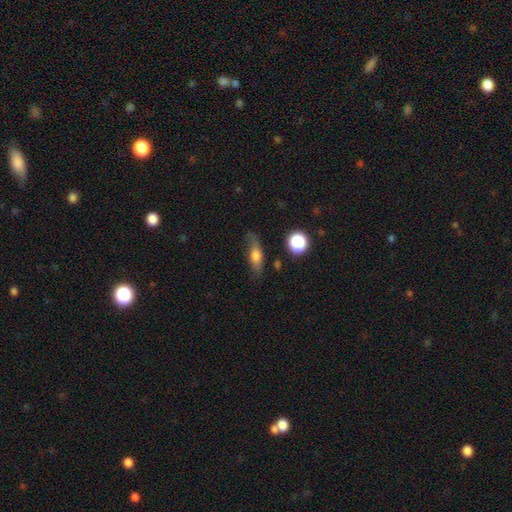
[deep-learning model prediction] This is likely a smooth galaxy (64%). How rounded: possibly in between (59%). Merging: likely none (64%).